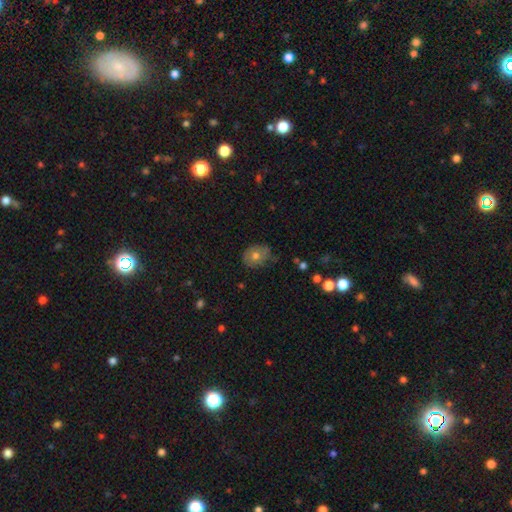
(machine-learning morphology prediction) Smooth or featured? Predicted: smooth (p=0.66). How rounded? Predicted: round (p=0.54). Merging? Predicted: none (p=0.63).